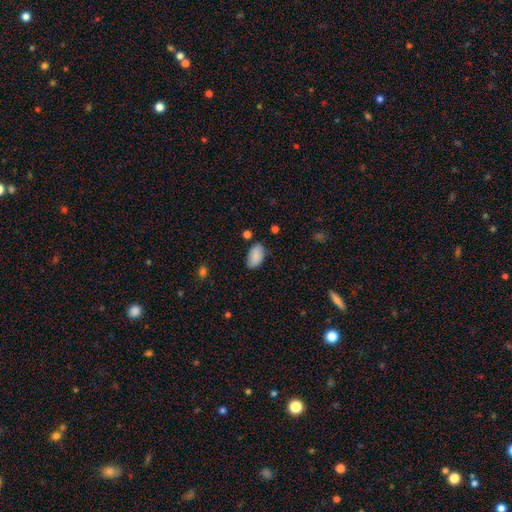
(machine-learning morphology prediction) Smooth or featured?
  - smooth: 88% *
  - star or artifact: 7%
  - featured or disk: 6%
How rounded?
  - in between: 94% *
  - round: 4%
  - cigar-shaped: 1%
Merging?
  - none: 78% *
  - minor disturbance: 17%
  - major disturbance: 3%
  - merger: 2%